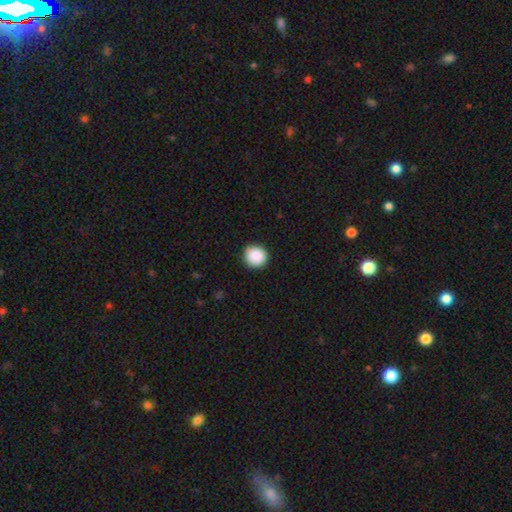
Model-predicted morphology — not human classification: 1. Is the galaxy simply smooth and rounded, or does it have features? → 88% smooth, 8% star or artifact, 4% featured or disk.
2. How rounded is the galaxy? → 91% round, 8% in between, 1% cigar-shaped.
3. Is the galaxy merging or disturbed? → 90% none, 8% minor disturbance, 2% major disturbance, 1% merger.